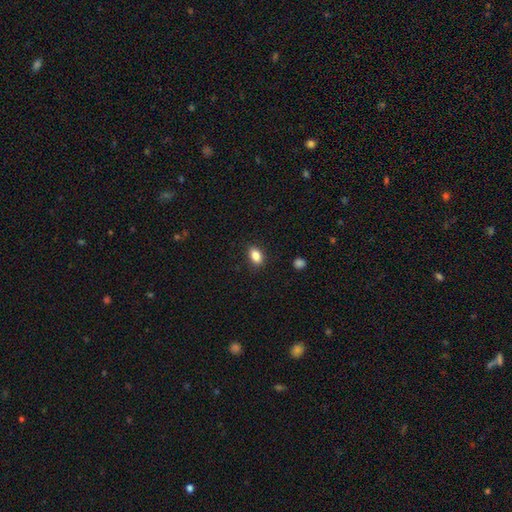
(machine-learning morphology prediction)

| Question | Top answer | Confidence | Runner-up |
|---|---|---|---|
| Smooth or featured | smooth | 86% | star or artifact (9%) |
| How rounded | in between | 84% | round (14%) |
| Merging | none | 87% | minor disturbance (9%) |